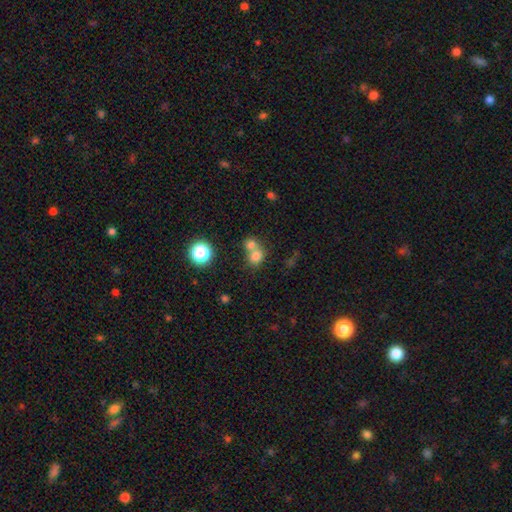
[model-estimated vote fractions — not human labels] A smooth galaxy with no disk features (74%) that is round (73%).

Vote fractions:
- Smooth or featured? smooth: 74% / star or artifact: 15% / featured or disk: 11%
- How rounded? round: 73% / in between: 26% / cigar-shaped: 1%
- Merging? merger: 55% / none: 37% / minor disturbance: 6% / major disturbance: 3%